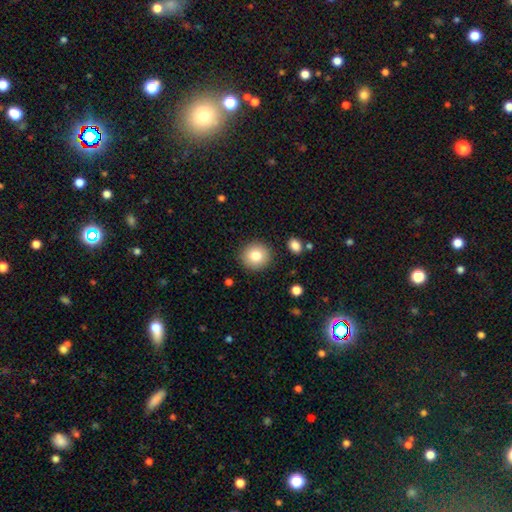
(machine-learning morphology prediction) Overall: smooth (81%). How rounded: round (90%). Merging: none (90%).